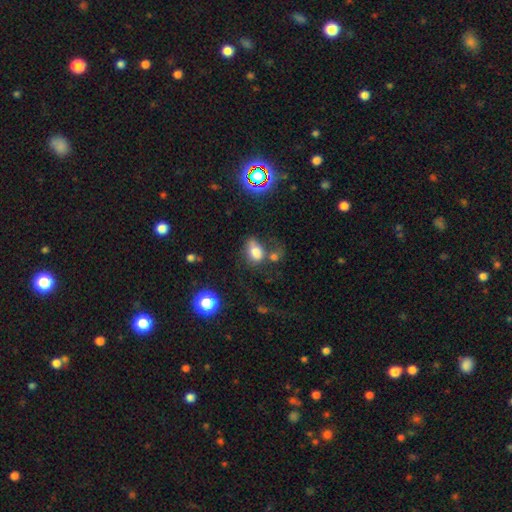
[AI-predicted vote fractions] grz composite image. It shows a smooth galaxy with no disk features (63%) that is in between round and cigar-shaped (73%). Merging: none (43%).